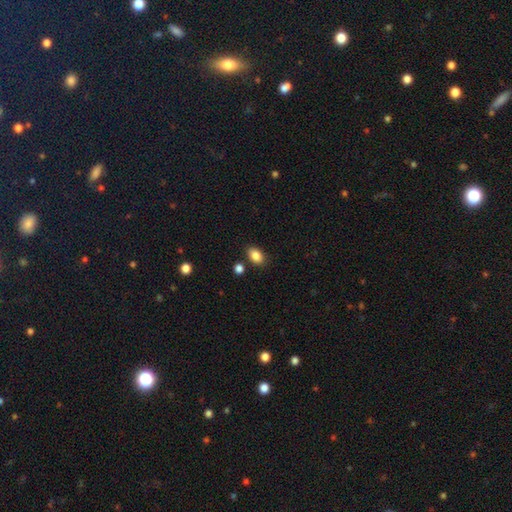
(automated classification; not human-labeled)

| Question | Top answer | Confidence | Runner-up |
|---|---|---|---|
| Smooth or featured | smooth | 86% | star or artifact (9%) |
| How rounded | in between | 82% | round (16%) |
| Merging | none | 83% | minor disturbance (10%) |